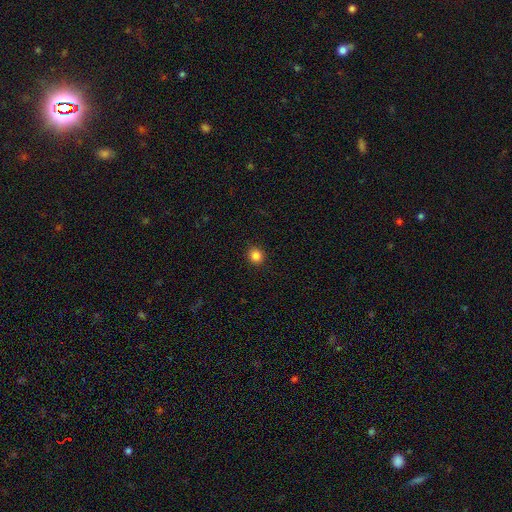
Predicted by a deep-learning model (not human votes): The model was most divided on "how rounded": round: 86%, in between: 13%, cigar-shaped: 1%. More confident: merging — none (91%); smooth or featured — smooth (85%).